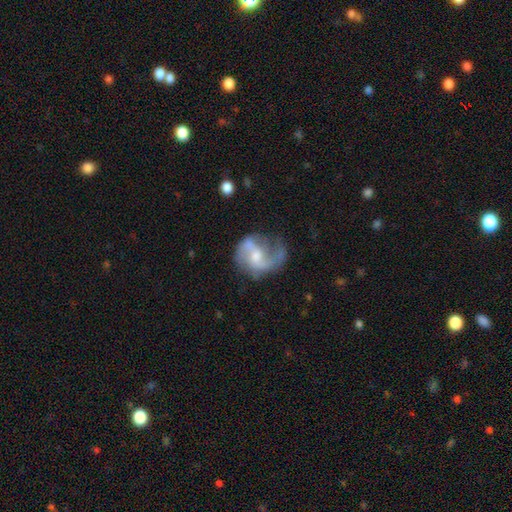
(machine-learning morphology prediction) The model was most divided on "bulge size": moderate: 48%, small: 38%, none: 8%, large: 5%, dominant: 1%. Remaining: edge-on disk — no (98%); spiral arms — yes (93%); smooth or featured — featured or disk (81%); spiral arm count — 2 (77%); merging — none (53%); spiral winding — loose (52%); bar — weak (49%).